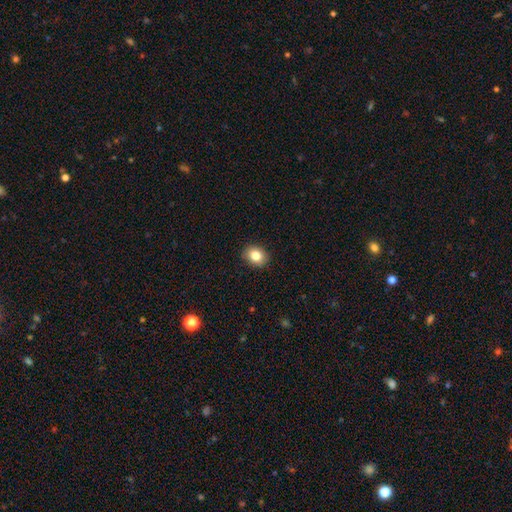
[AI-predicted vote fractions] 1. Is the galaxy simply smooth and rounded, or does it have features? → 83% smooth, 10% star or artifact, 8% featured or disk.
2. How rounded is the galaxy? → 52% round, 47% in between, 1% cigar-shaped.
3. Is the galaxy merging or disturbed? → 89% none, 8% minor disturbance, 2% major disturbance, 1% merger.